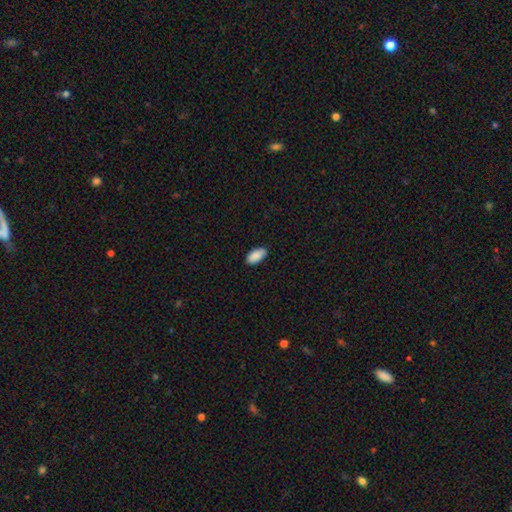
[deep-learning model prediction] Smooth or featured? Predicted: smooth (p=0.90). How rounded? Predicted: in between (p=0.94). Merging? Predicted: none (p=0.86).